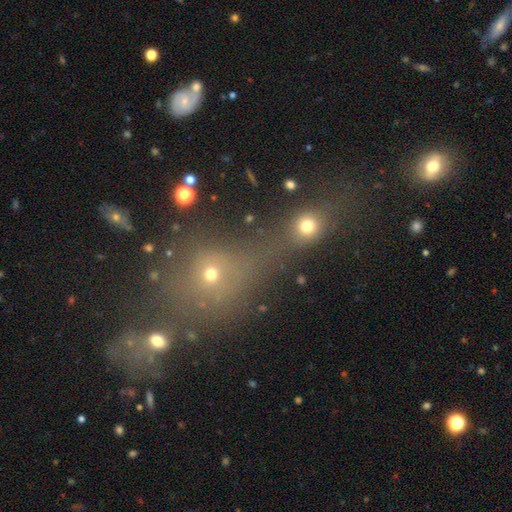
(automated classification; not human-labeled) Smooth or featured?
  - star or artifact: 47% *
  - smooth: 40%
  - featured or disk: 14%